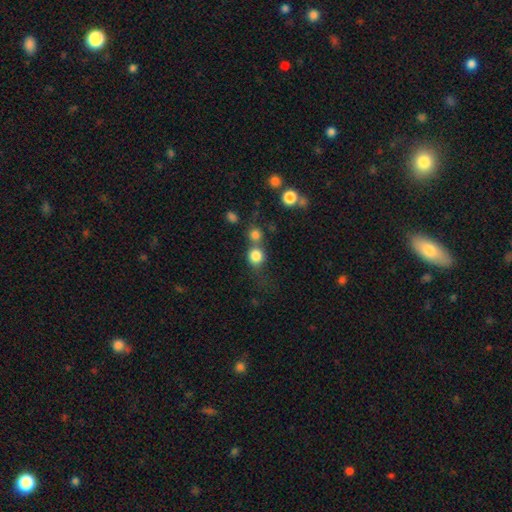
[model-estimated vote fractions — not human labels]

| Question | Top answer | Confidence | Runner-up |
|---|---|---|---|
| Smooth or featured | smooth | 81% | star or artifact (12%) |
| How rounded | round | 86% | in between (13%) |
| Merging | none | 48% | merger (36%) |